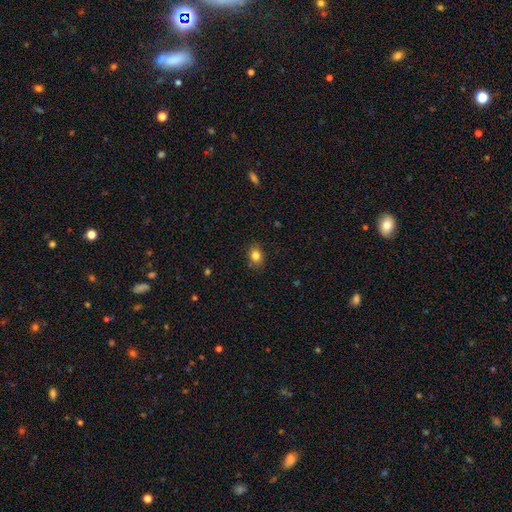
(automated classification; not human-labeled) Smooth or featured? smooth (83%)
How rounded? in between (52%)
Merging? none (84%)